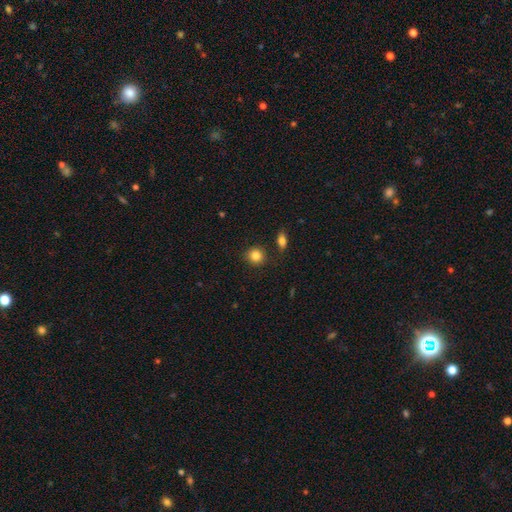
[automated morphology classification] Smooth or featured? smooth (85%)
How rounded? round (87%)
Merging? none (86%)